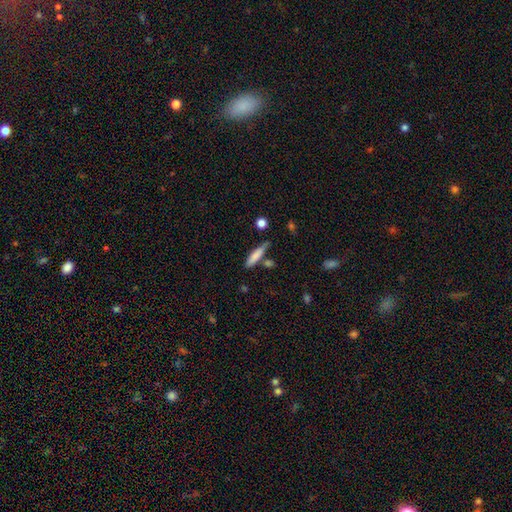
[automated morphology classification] Overall: smooth (76%). How rounded: cigar-shaped (80%). Merging: none (69%).